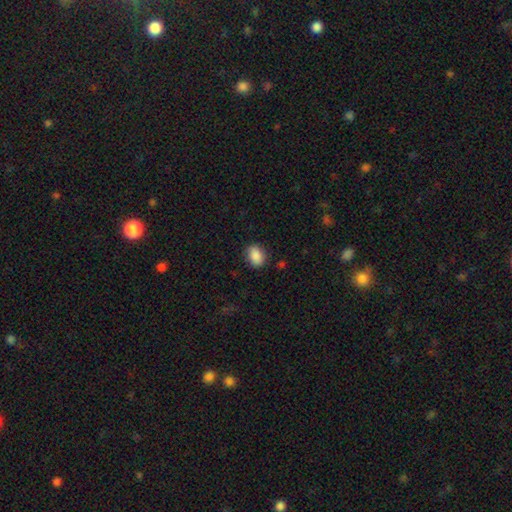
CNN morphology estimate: The model was most divided on "how rounded": in between: 73%, round: 26%, cigar-shaped: 1%. More confident: smooth or featured — smooth (88%); merging — none (84%).